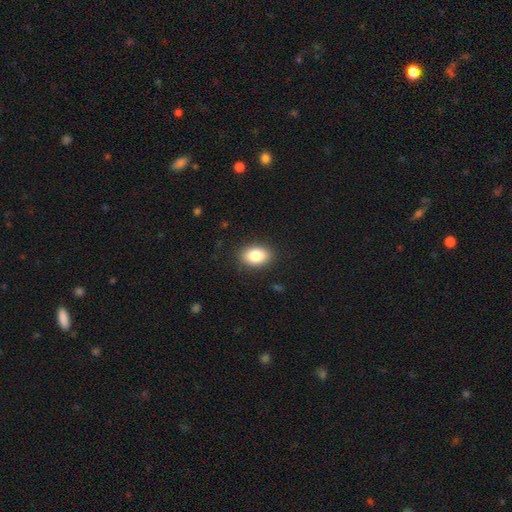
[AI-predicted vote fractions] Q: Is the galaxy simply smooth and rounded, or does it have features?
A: smooth — 84%.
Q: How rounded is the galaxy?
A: in between — 82%.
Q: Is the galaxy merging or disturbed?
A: none — 89%.